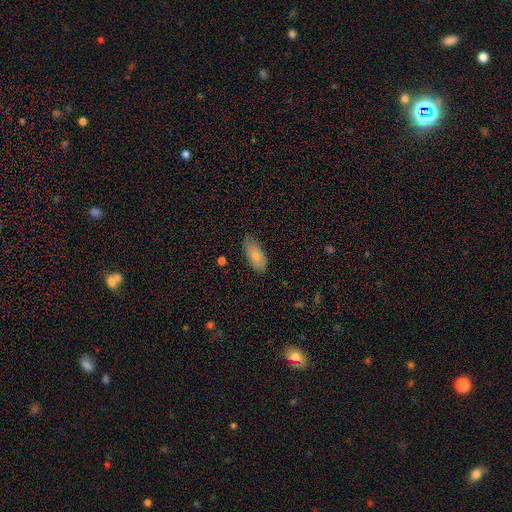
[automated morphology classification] Overall: smooth (78%). How rounded: in between (90%). Merging: none (76%).